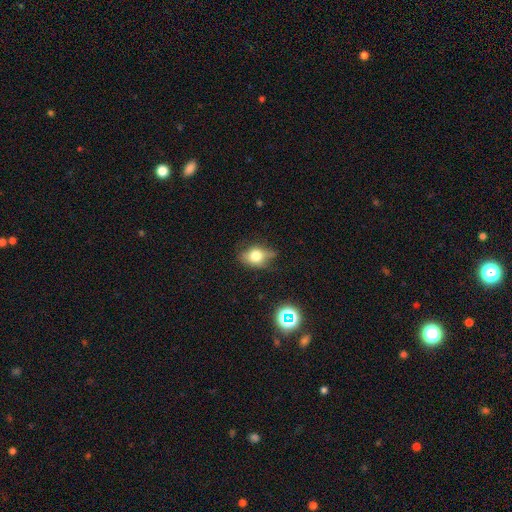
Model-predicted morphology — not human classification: A smooth galaxy with no disk features (64%) that is in between round and cigar-shaped (66%). Merging: none (57%).